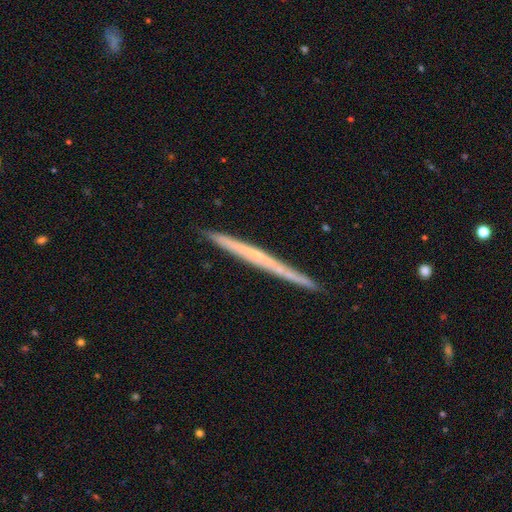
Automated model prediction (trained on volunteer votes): Smooth or featured? Predicted: featured or disk (p=0.63). Edge-on disk? Predicted: yes (p=0.98). Edge-on bulge? Predicted: none (p=0.80). Merging? Predicted: none (p=0.91).